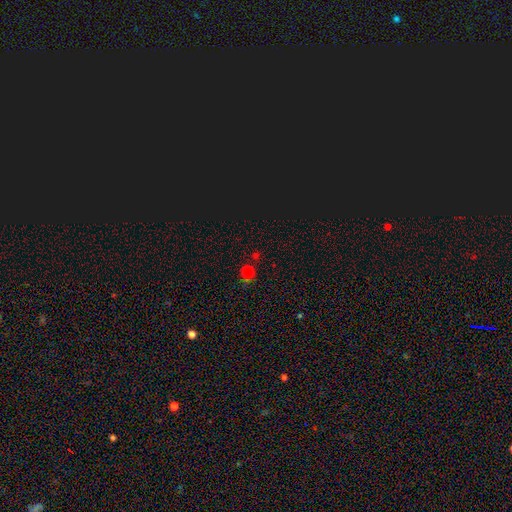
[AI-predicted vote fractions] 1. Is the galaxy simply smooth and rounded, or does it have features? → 64% smooth, 31% star or artifact, 5% featured or disk.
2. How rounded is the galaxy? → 90% round, 9% in between, 1% cigar-shaped.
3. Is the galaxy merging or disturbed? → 75% none, 13% minor disturbance, 7% merger, 5% major disturbance.